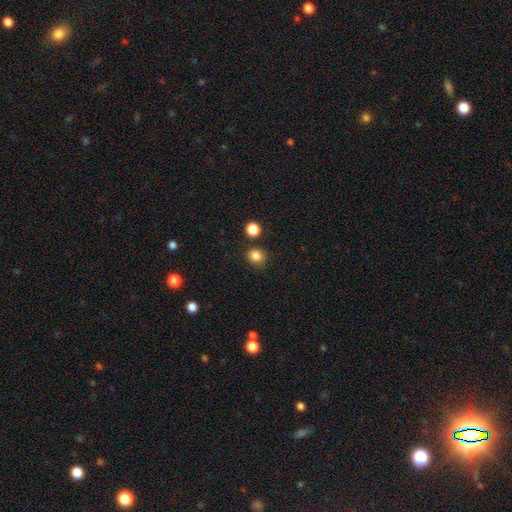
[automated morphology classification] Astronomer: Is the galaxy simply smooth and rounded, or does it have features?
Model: smooth — 84%.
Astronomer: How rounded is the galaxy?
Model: round — 82%.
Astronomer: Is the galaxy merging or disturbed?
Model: none — 80%.